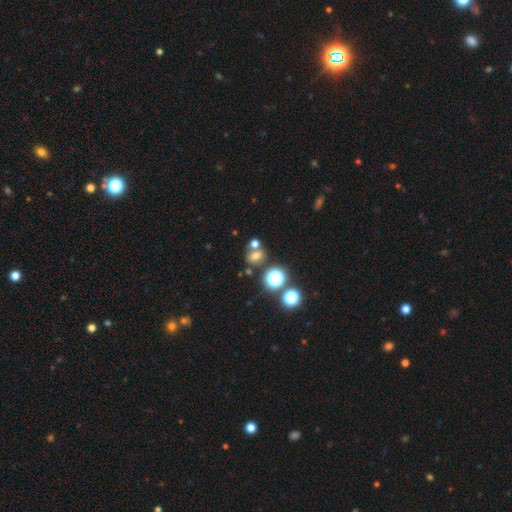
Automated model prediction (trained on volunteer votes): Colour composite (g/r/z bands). It shows a smooth galaxy with no disk features (61%) that is round (50%). Merging: none (57%).